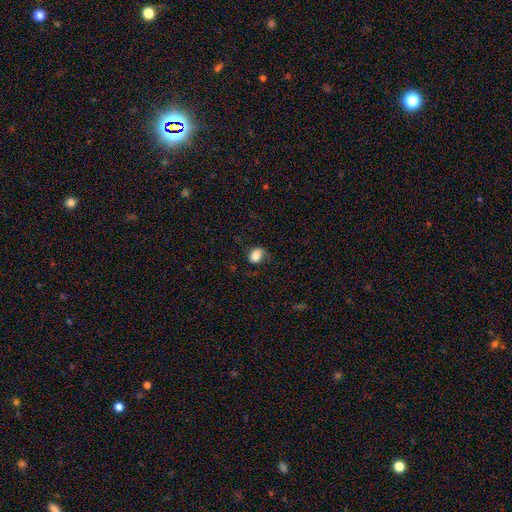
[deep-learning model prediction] The model was most divided on "merging": none: 50%, minor disturbance: 29%, major disturbance: 19%, merger: 2%. More confident: smooth or featured — smooth (78%); how rounded — in between (65%).